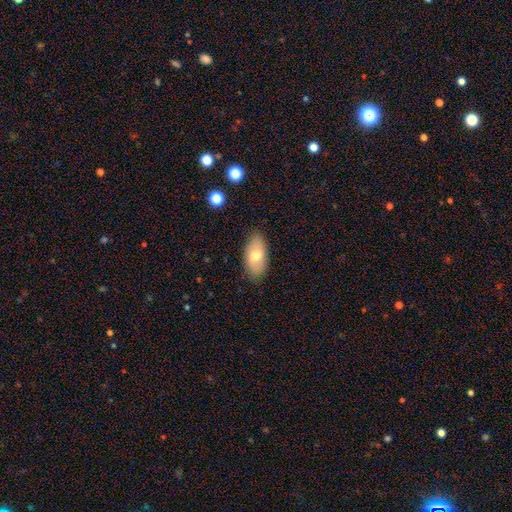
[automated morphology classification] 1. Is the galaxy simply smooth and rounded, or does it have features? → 71% smooth, 22% featured or disk, 7% star or artifact.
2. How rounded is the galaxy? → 93% in between, 4% cigar-shaped, 3% round.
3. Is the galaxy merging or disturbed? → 84% none, 12% minor disturbance, 3% major disturbance, 1% merger.